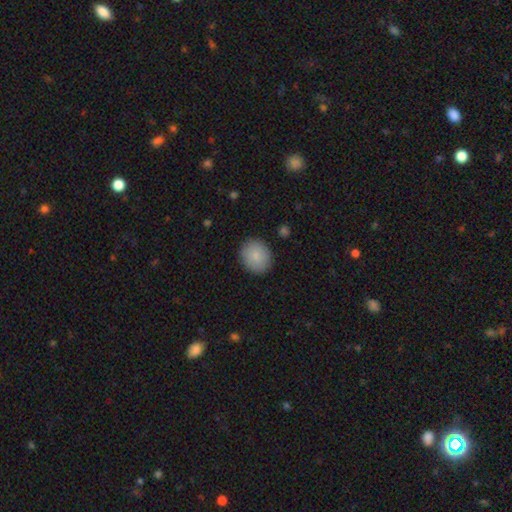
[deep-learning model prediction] This appears to be a smooth galaxy with no disk features (87%) that is round (69%). Merging: none (89%).